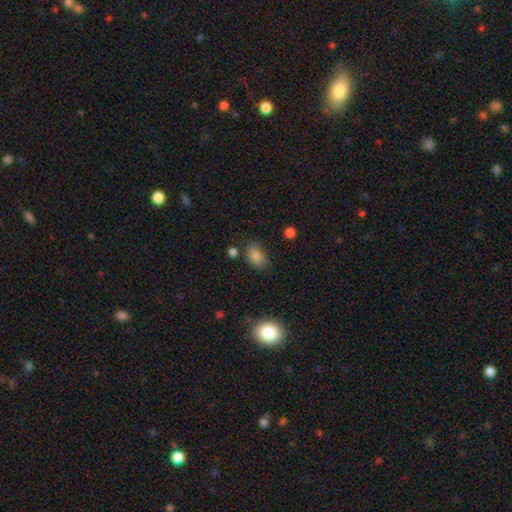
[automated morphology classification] This is clearly a smooth galaxy (84%). How rounded: clearly in between (86%). Merging: likely none (75%).